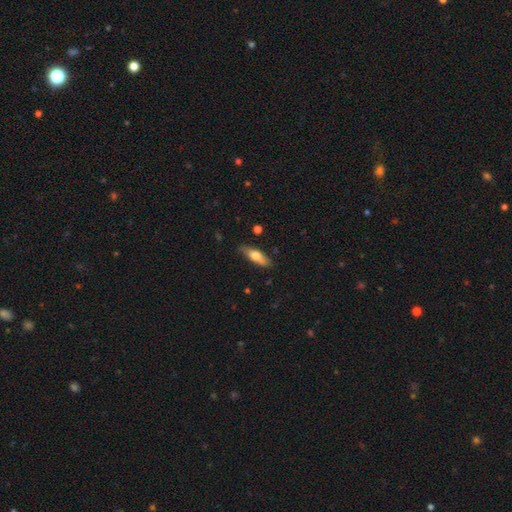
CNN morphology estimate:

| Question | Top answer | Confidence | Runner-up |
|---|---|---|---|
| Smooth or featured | smooth | 64% | featured or disk (30%) |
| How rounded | in between | 50% | cigar-shaped (48%) |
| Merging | none | 82% | minor disturbance (14%) |